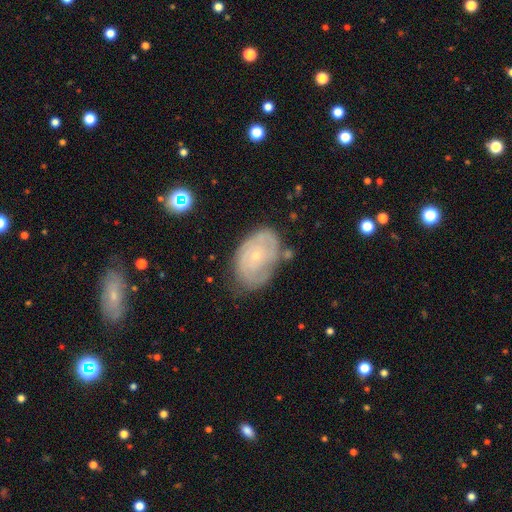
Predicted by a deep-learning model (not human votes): This appears to be a featured or disk galaxy (69%) with no bar (82%), tight (69%) spiral arms (78%) and a small central bulge (81%). Merging: none (65%).